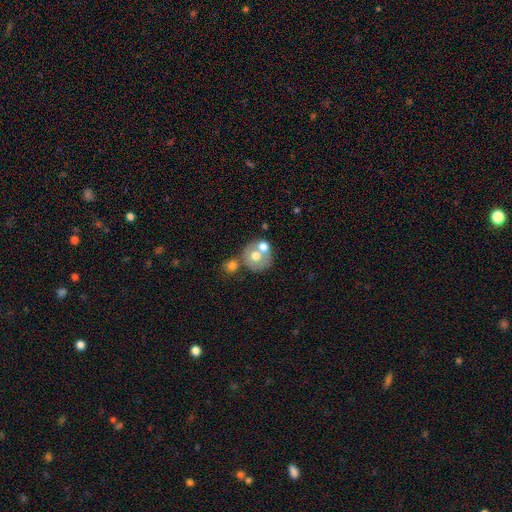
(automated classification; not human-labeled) Morphology: type=smooth (56%); roundness=round (81%); merging=merger (45%).